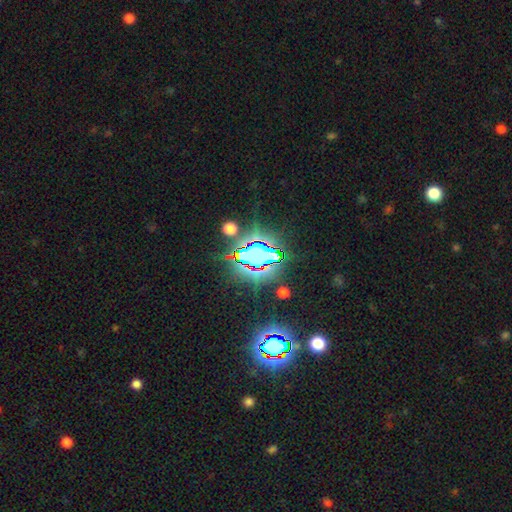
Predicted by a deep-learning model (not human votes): A star or artifact, not a galaxy (73%).

Vote fractions:
- Smooth or featured? star or artifact: 73% / smooth: 17% / featured or disk: 10%